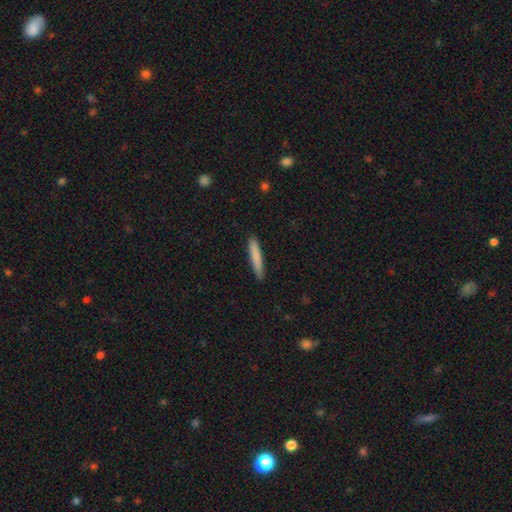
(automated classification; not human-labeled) A smooth galaxy with no disk features (81%) that is cigar-shaped (93%).

Vote fractions:
- Smooth or featured? smooth: 81% / featured or disk: 13% / star or artifact: 6%
- How rounded? cigar-shaped: 93% / in between: 5% / round: 1%
- Merging? none: 90% / minor disturbance: 8% / major disturbance: 2% / merger: 1%